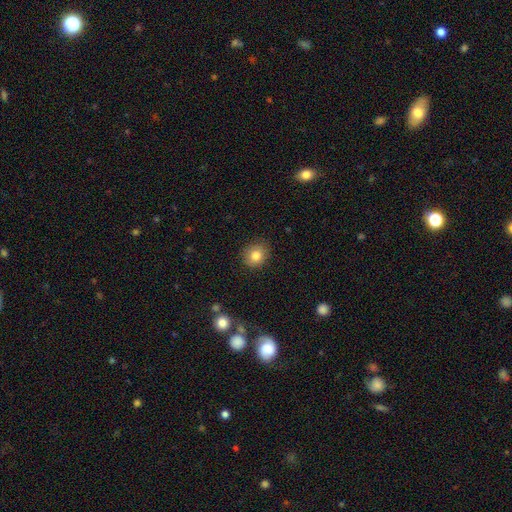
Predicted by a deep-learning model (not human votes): Q: Smooth or featured?
A: smooth (82%); runner-up: star or artifact (10%)
Q: How rounded?
A: round (79%); runner-up: in between (20%)
Q: Merging?
A: none (87%); runner-up: minor disturbance (10%)